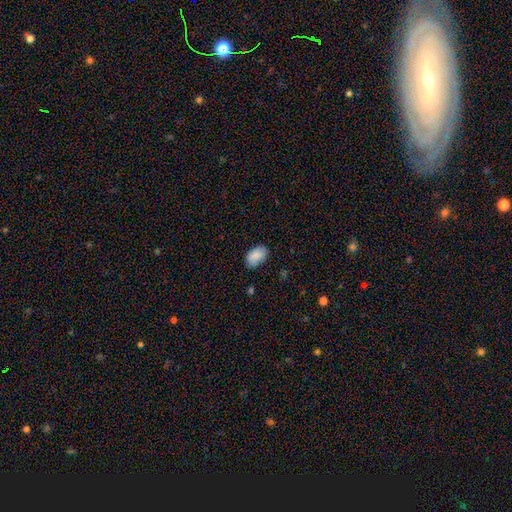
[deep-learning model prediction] Smooth or featured: smooth — 88% (star or artifact — 7%)
How rounded: in between — 91% (round — 7%)
Merging: none — 77% (minor disturbance — 19%)